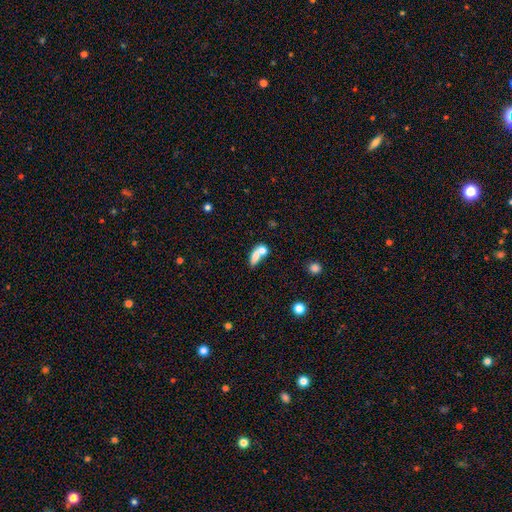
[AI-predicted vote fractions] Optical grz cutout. It shows a smooth galaxy with no disk features (71%) that is in between round and cigar-shaped (68%). Merging: merger (59%).